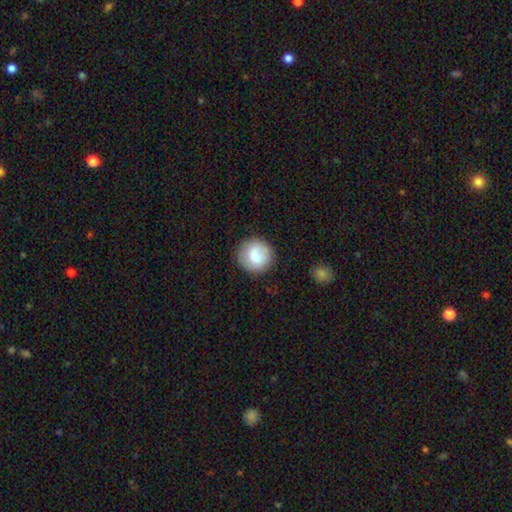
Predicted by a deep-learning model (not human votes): A smooth galaxy with no disk features (78%) that is round (91%).

Vote fractions:
- Smooth or featured? smooth: 78% / featured or disk: 15% / star or artifact: 7%
- How rounded? round: 91% / in between: 8% / cigar-shaped: 1%
- Merging? none: 83% / minor disturbance: 12% / major disturbance: 4% / merger: 2%